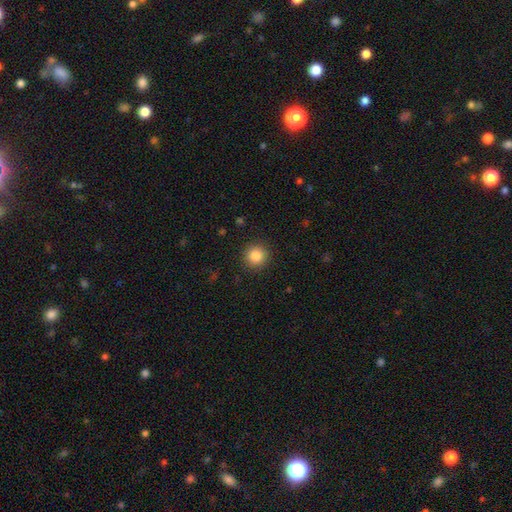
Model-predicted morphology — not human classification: smooth-or-featured: smooth: 86% | star or artifact: 10% | featured or disk: 4%
  how-rounded: round: 94% | in between: 5% | cigar-shaped: 1%
  merging: none: 91% | minor disturbance: 6% | major disturbance: 2% | merger: 1%